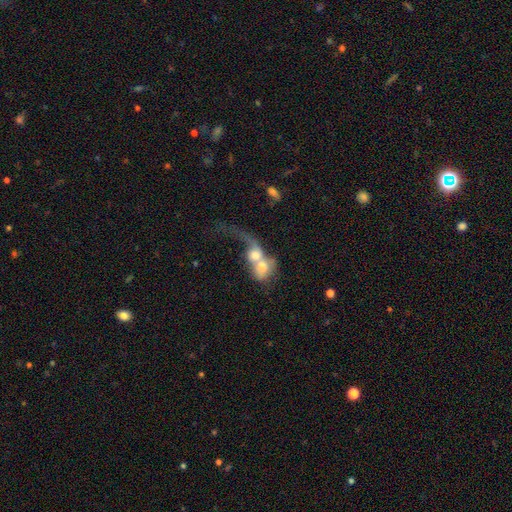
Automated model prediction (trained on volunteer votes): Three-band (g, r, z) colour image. It shows a featured or disk galaxy (50%). Merging: merger (78%).